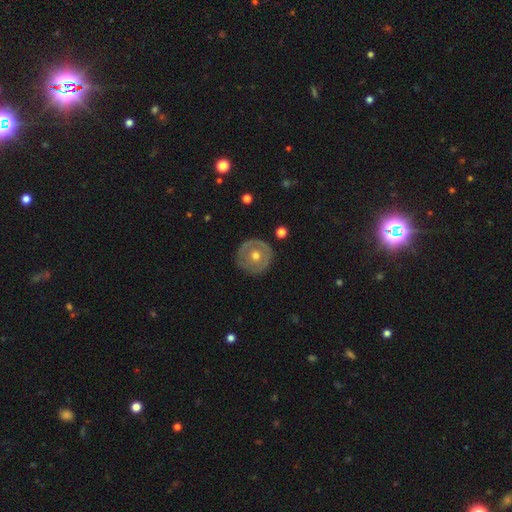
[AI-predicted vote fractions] Smooth or featured: featured or disk — 54% (smooth — 40%)
Edge-on disk: no — 95% (yes — 5%)
Bar: no — 89% (weak — 8%)
Spiral arms: no — 81% (yes — 19%)
Bulge size: moderate — 76% (small — 18%)
Merging: none — 84% (minor disturbance — 11%)